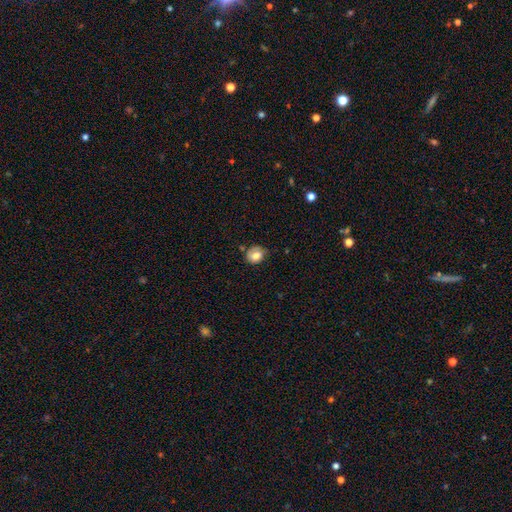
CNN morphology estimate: smooth_or_featured: smooth (p=0.73) [alt: featured or disk p=0.18]
how_rounded: round (p=0.60) [alt: in between p=0.39]
merging: none (p=0.58) [alt: minor disturbance p=0.29]